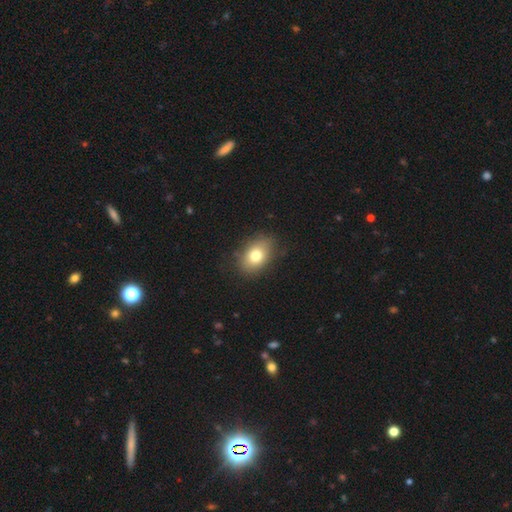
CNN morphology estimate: Overall: smooth (77%). How rounded: in between (78%). Merging: none (81%).